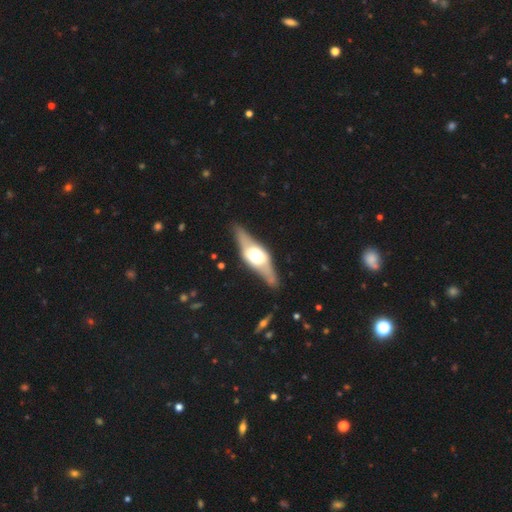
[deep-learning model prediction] A featured or disk galaxy (72%) viewed edge-on (92%) with a rounded central bulge (90%). Merging: none (82%).